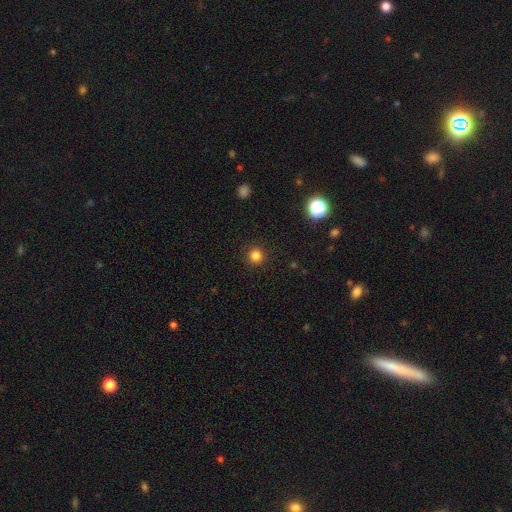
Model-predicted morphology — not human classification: smooth_or_featured: smooth (p=0.83) [alt: star or artifact p=0.13]
how_rounded: round (p=0.94) [alt: in between p=0.05]
merging: none (p=0.91) [alt: minor disturbance p=0.06]